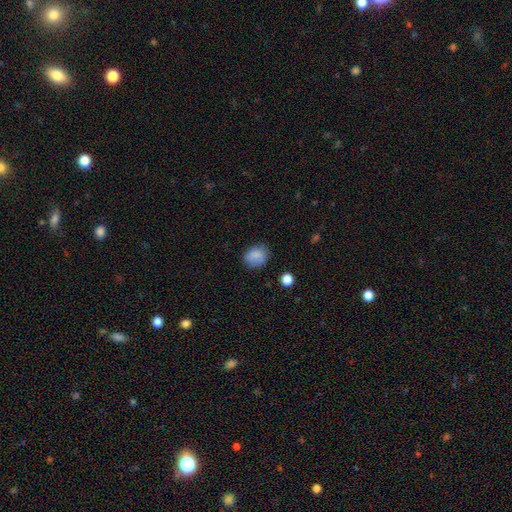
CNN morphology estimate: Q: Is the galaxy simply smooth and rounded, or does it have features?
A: smooth — 85%.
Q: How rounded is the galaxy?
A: round — 58%.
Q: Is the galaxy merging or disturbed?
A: none — 74%.